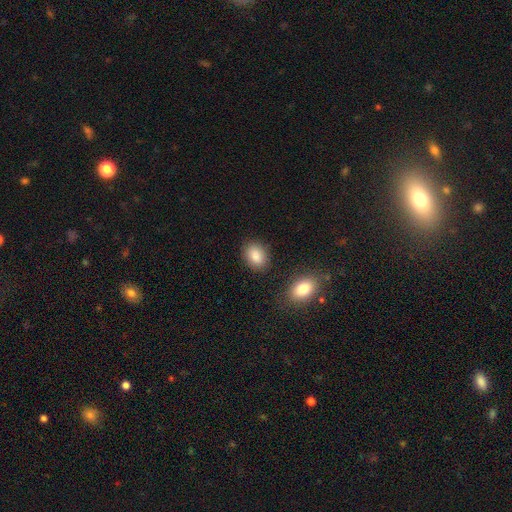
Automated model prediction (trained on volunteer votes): Smooth or featured? smooth (87%)
How rounded? in between (78%)
Merging? none (83%)